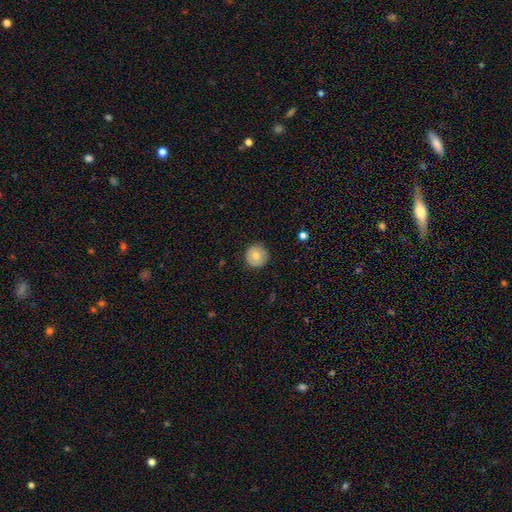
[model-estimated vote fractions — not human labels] Overall: smooth (76%). How rounded: round (96%). Merging: none (88%).